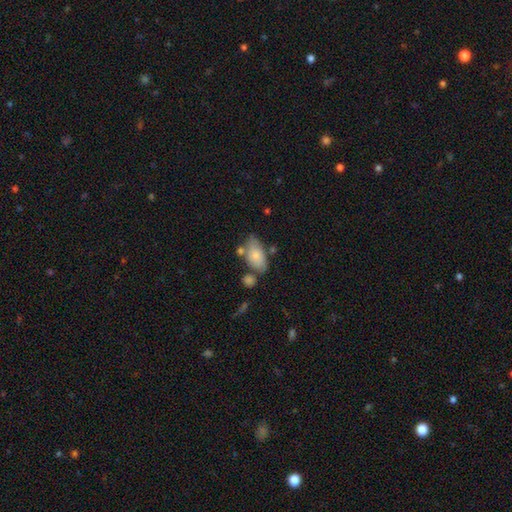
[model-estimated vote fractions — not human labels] Q: Smooth or featured?
A: smooth (73%); runner-up: featured or disk (20%)
Q: How rounded?
A: in between (91%); runner-up: round (5%)
Q: Merging?
A: none (53%); runner-up: minor disturbance (24%)